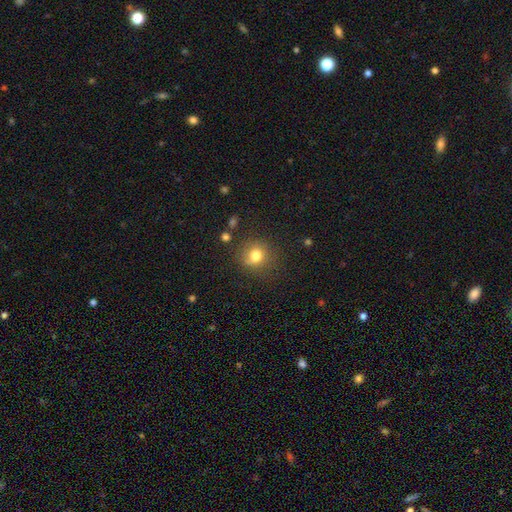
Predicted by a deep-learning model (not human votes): This is likely a smooth galaxy (77%). How rounded: clearly round (86%). Merging: likely none (75%).